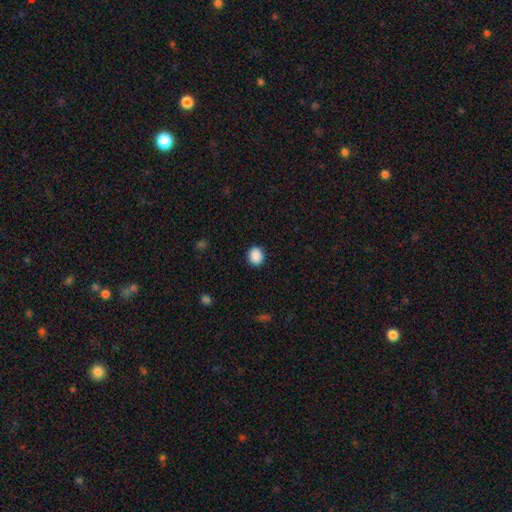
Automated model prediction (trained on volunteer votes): This is clearly a smooth galaxy (89%). How rounded: likely round (64%). Merging: clearly none (90%).